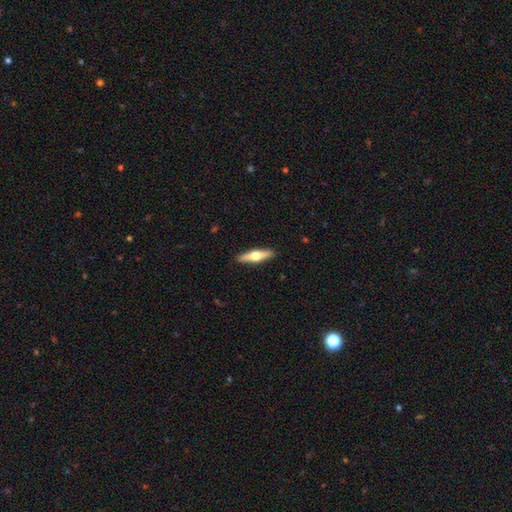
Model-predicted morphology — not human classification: Smooth or featured? featured or disk (54%)
Edge-on disk? yes (94%)
Edge-on bulge? rounded (95%)
Merging? none (91%)